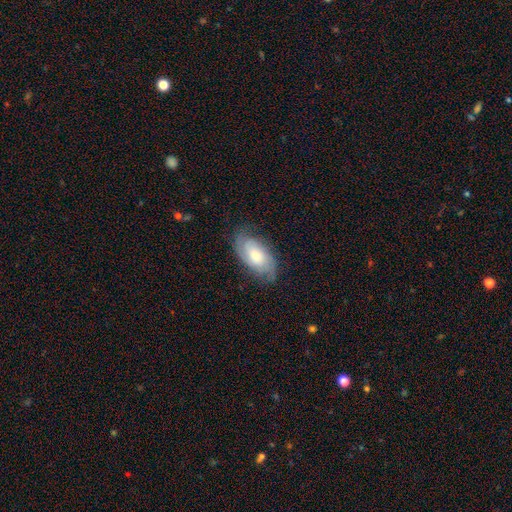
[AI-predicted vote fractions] smooth_or_featured: featured or disk (p=0.59) [alt: smooth p=0.34]
disk_edge_on: no (p=0.93) [alt: yes p=0.07]
bar: no (p=0.69) [alt: weak p=0.27]
has_spiral_arms: yes (p=0.89) [alt: no p=0.11]
bulge_size: moderate (p=0.51) [alt: small p=0.35]
merging: none (p=0.72) [alt: minor disturbance p=0.20]